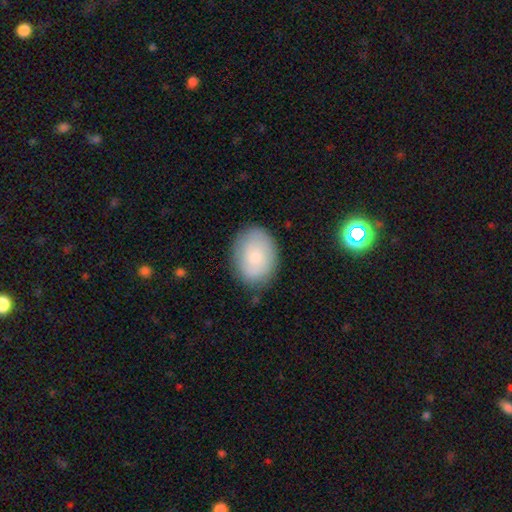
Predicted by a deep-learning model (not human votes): smooth-or-featured: smooth: 68% | featured or disk: 25% | star or artifact: 7%
  how-rounded: in between: 71% | round: 28% | cigar-shaped: 1%
  merging: none: 80% | minor disturbance: 15% | major disturbance: 4% | merger: 2%